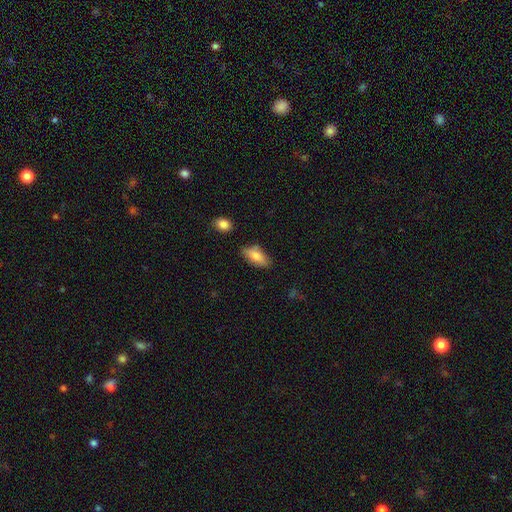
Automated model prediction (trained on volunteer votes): Overall: smooth (79%). How rounded: in between (86%). Merging: none (73%).